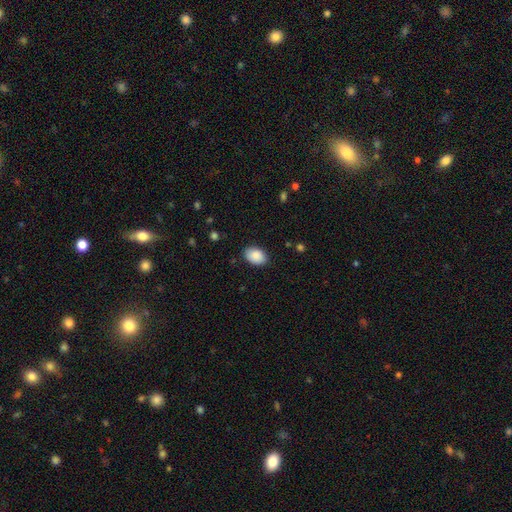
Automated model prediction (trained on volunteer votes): Smooth or featured? smooth (89%)
How rounded? in between (86%)
Merging? none (87%)